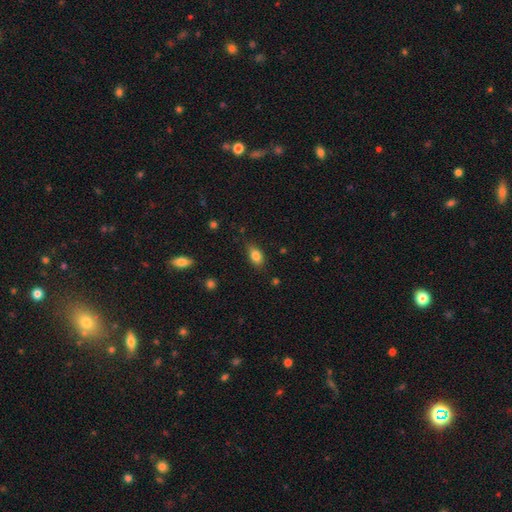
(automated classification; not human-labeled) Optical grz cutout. It shows a smooth galaxy with no disk features (83%) that is in between round and cigar-shaped (87%). Merging: none (81%).